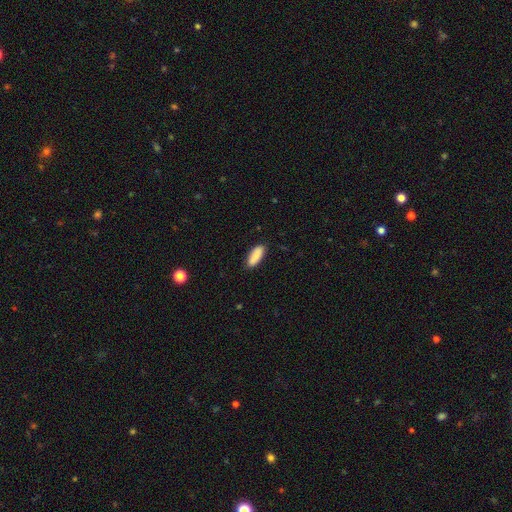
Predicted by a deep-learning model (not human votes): Smooth or featured: smooth — 86% (featured or disk — 8%)
How rounded: in between — 73% (cigar-shaped — 25%)
Merging: none — 85% (minor disturbance — 11%)